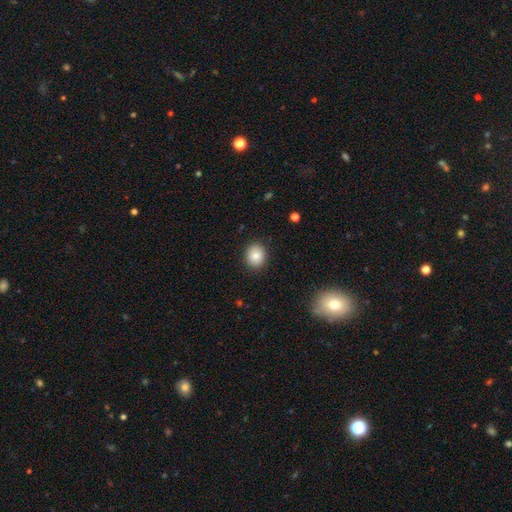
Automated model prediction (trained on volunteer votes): smooth_or_featured: smooth (p=0.85) [alt: star or artifact p=0.09]
how_rounded: round (p=0.68) [alt: in between p=0.31]
merging: none (p=0.89) [alt: minor disturbance p=0.08]